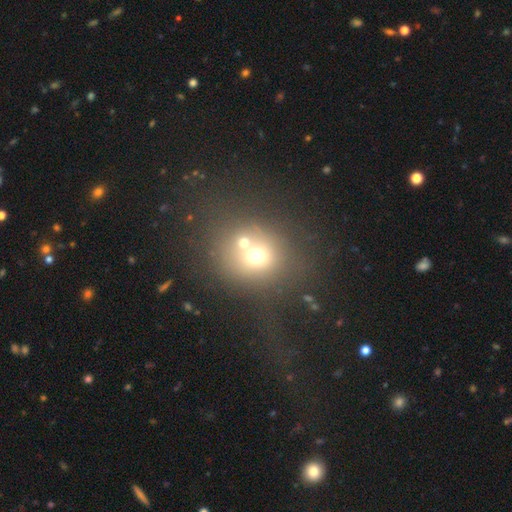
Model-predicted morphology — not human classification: Smooth or featured? smooth (63%)
How rounded? round (79%)
Merging? none (46%)